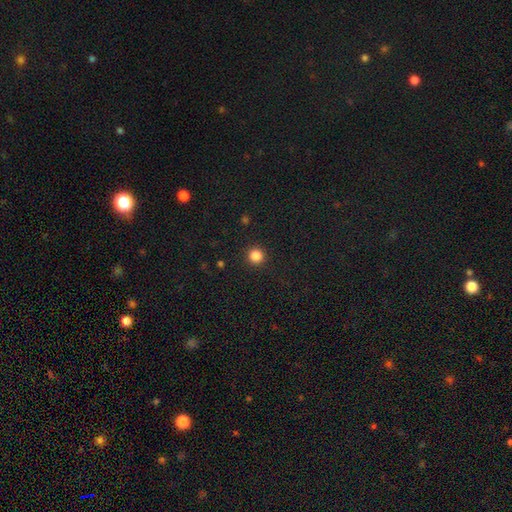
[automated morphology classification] smooth 84%, star or artifact 12%, featured or disk 4%. Down the decision tree: how rounded — round (95%); merging — none (93%).